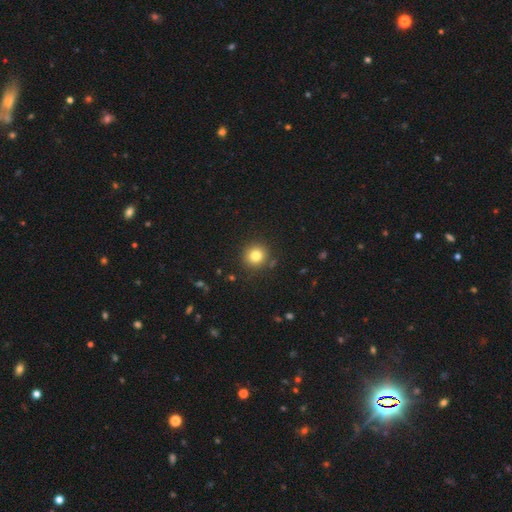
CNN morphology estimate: Q: Smooth or featured?
A: smooth (81%); runner-up: star or artifact (12%)
Q: How rounded?
A: round (91%); runner-up: in between (8%)
Q: Merging?
A: none (89%); runner-up: minor disturbance (7%)